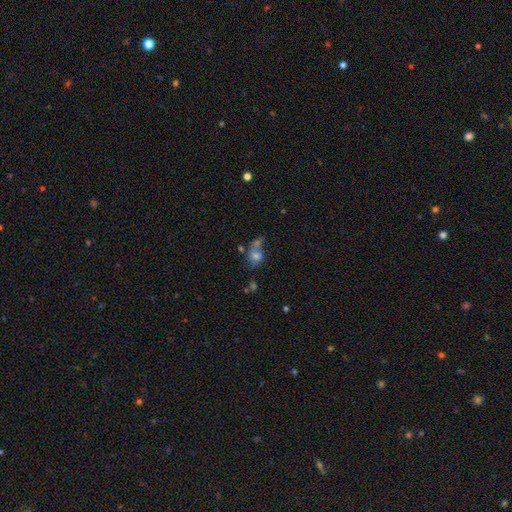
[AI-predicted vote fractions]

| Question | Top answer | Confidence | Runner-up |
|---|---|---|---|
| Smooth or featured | smooth | 58% | featured or disk (26%) |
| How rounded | in between | 59% | round (39%) |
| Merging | merger | 37% | none (27%) |